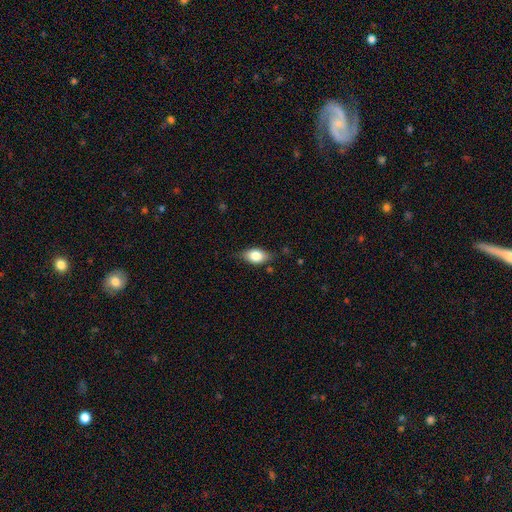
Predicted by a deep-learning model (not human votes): smooth-or-featured: smooth: 76% | featured or disk: 17% | star or artifact: 7%
  how-rounded: in between: 86% | round: 10% | cigar-shaped: 4%
  merging: none: 73% | minor disturbance: 21% | major disturbance: 4% | merger: 2%